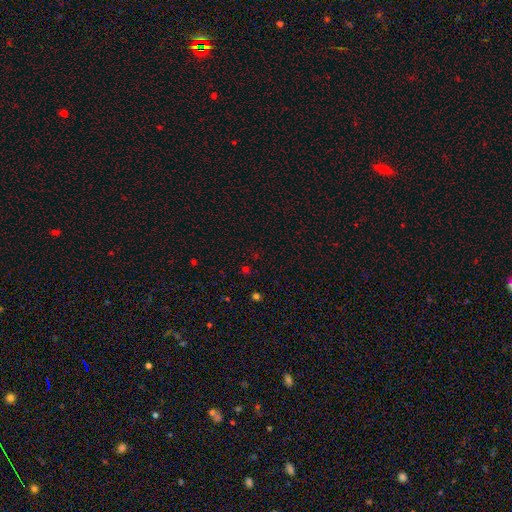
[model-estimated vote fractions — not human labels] Smooth or featured? star or artifact (60%)